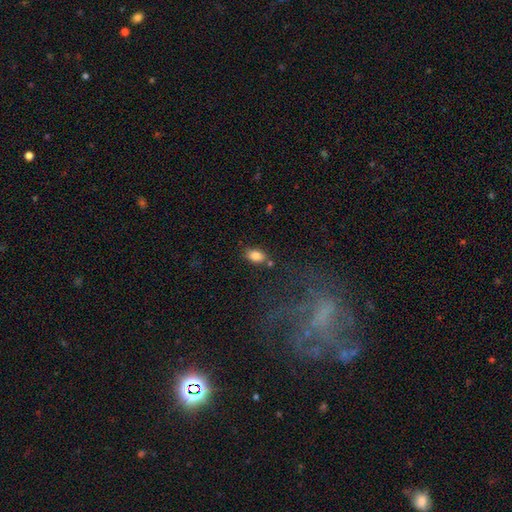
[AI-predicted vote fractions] Smooth or featured: smooth — 84% (star or artifact — 9%)
How rounded: in between — 86% (round — 12%)
Merging: none — 77% (minor disturbance — 13%)